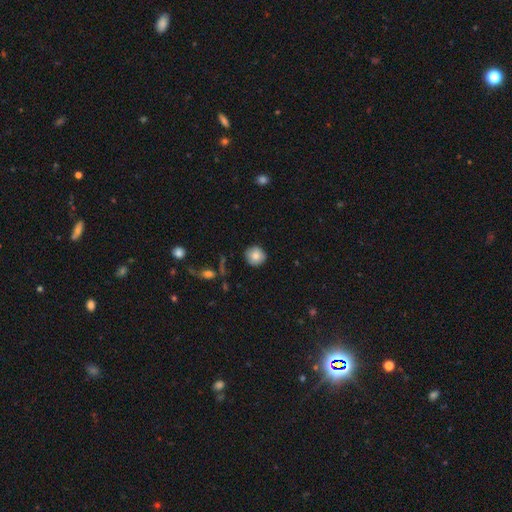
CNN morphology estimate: Overall: smooth (81%). How rounded: round (93%). Merging: none (86%).